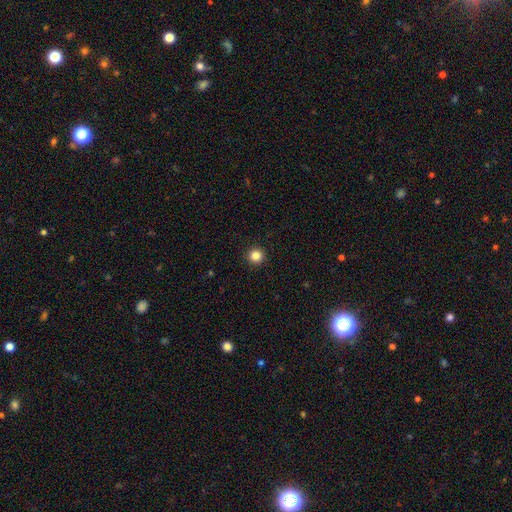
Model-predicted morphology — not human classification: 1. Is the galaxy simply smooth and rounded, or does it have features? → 85% smooth, 11% star or artifact, 4% featured or disk.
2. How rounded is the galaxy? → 96% round, 3% in between, 1% cigar-shaped.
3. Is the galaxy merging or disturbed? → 94% none, 4% minor disturbance, 1% major disturbance, 1% merger.